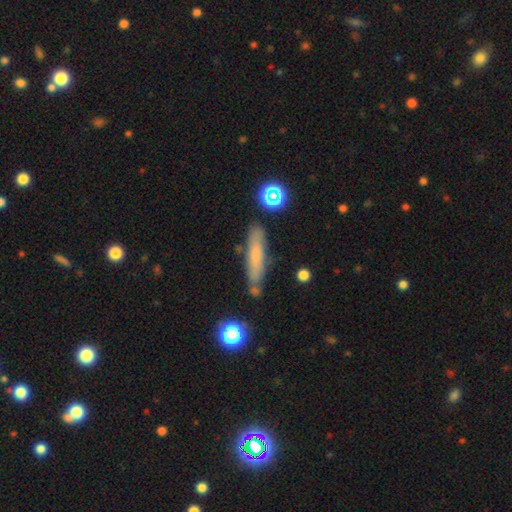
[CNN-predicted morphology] A smooth galaxy with no disk features (65%) that is cigar-shaped (85%). Merging: none (77%).